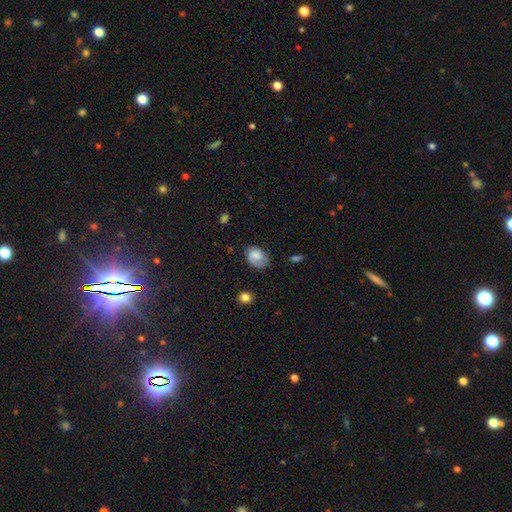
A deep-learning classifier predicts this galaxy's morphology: smooth_or_featured: smooth (p=0.65) [alt: featured or disk p=0.27]
how_rounded: in between (p=0.76) [alt: round p=0.23]
merging: none (p=0.63) [alt: minor disturbance p=0.26]